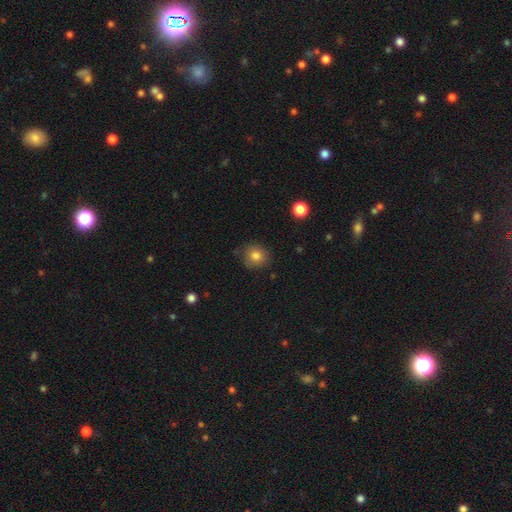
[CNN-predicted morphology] smooth 81%, star or artifact 11%, featured or disk 9%. Down the decision tree: how rounded — round (83%); merging — none (80%).